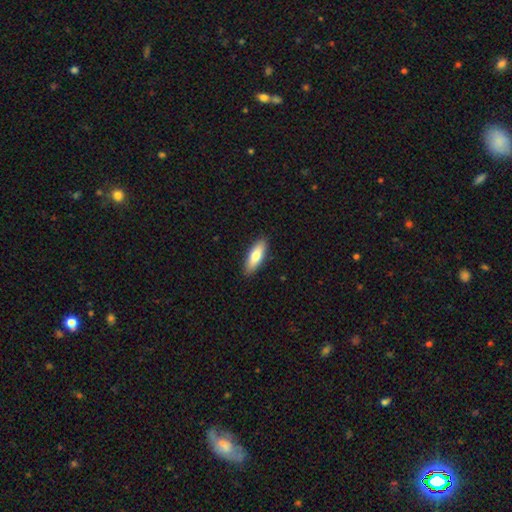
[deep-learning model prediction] A smooth galaxy with no disk features (76%) that is in between round and cigar-shaped (61%).

Vote fractions:
- Smooth or featured? smooth: 76% / featured or disk: 19% / star or artifact: 6%
- How rounded? in between: 61% / cigar-shaped: 37% / round: 2%
- Merging? none: 90% / minor disturbance: 8% / major disturbance: 2% / merger: 1%